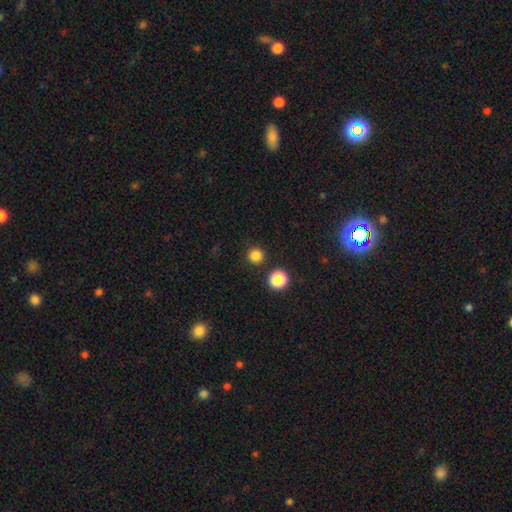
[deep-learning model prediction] smooth 82%, star or artifact 14%, featured or disk 3%. Down the decision tree: how rounded — round (96%); merging — none (90%).